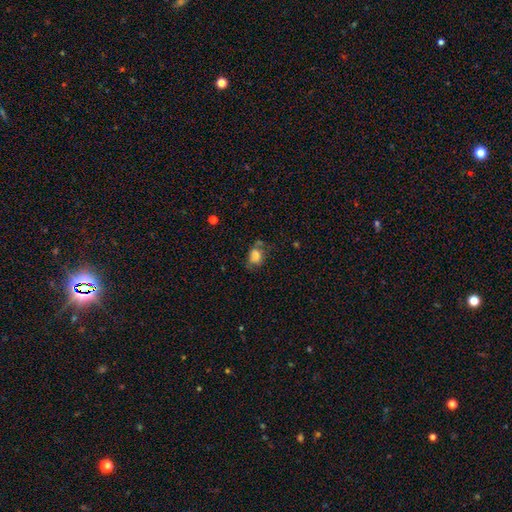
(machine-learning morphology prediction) Smooth or featured? smooth (72%)
How rounded? in between (60%)
Merging? none (46%)